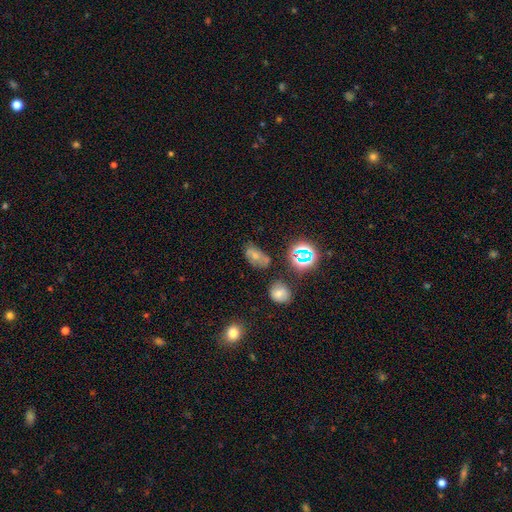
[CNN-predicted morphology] smooth-or-featured: smooth: 57% | star or artifact: 26% | featured or disk: 17%
  how-rounded: in between: 86% | round: 11% | cigar-shaped: 3%
  merging: none: 56% | minor disturbance: 25% | major disturbance: 11% | merger: 8%